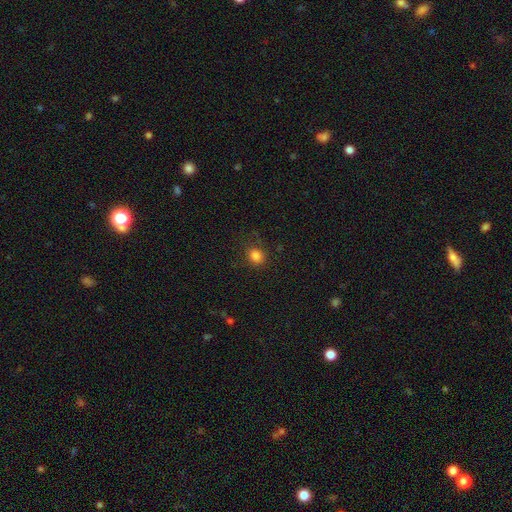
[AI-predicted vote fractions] smooth 83%, star or artifact 13%, featured or disk 4%. Down the decision tree: how rounded — round (55%); merging — none (81%).